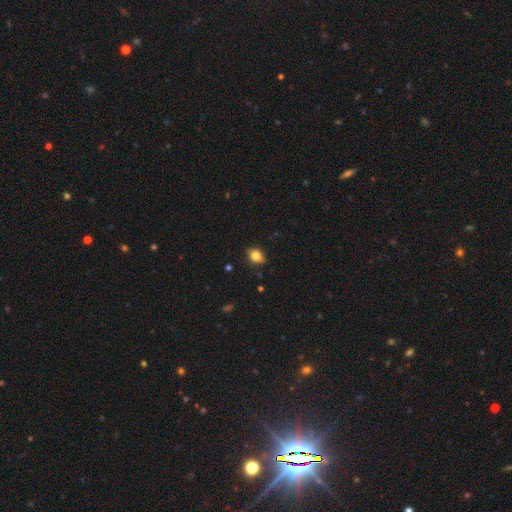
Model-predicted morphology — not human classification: Q: Smooth or featured?
A: smooth (80%); runner-up: star or artifact (10%)
Q: How rounded?
A: in between (57%); runner-up: round (42%)
Q: Merging?
A: none (78%); runner-up: minor disturbance (17%)